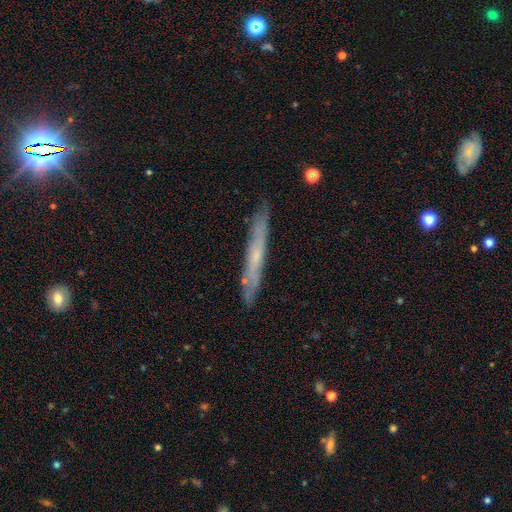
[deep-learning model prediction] This is possibly a featured or disk galaxy (55%). It is clearly viewed edge-on (86%). Merging: clearly none (86%).